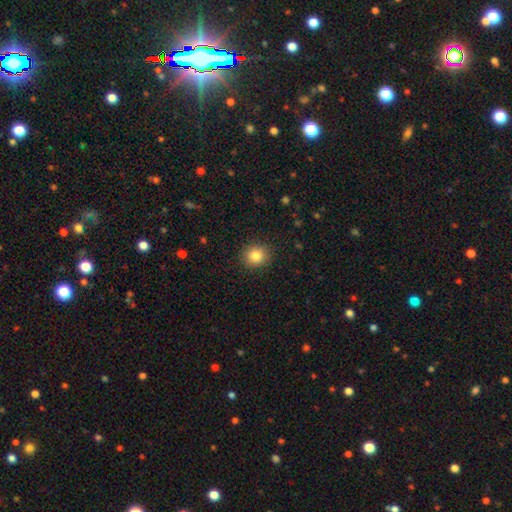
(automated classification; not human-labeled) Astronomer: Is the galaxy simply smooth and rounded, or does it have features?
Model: smooth — 85%.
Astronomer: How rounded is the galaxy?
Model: round — 86%.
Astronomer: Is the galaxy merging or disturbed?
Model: none — 90%.